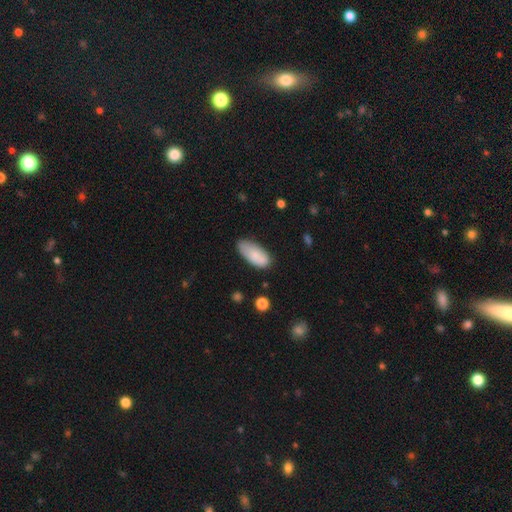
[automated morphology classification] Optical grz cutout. It shows a smooth galaxy with no disk features (83%) that is in between round and cigar-shaped (90%). Merging: none (68%).